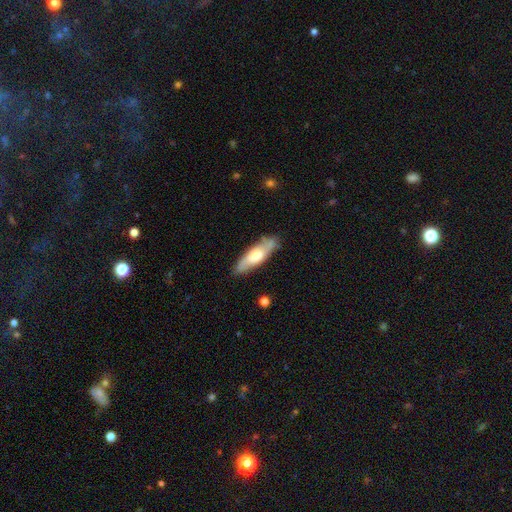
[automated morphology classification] A smooth galaxy with no disk features (53%) that is cigar-shaped (54%). Merging: none (78%).